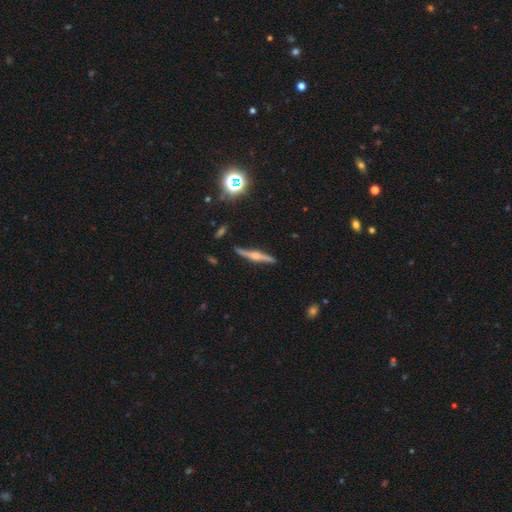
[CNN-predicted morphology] This appears to be a featured or disk galaxy (72%) viewed edge-on (96%) with a rounded central bulge (78%). Merging: none (86%).